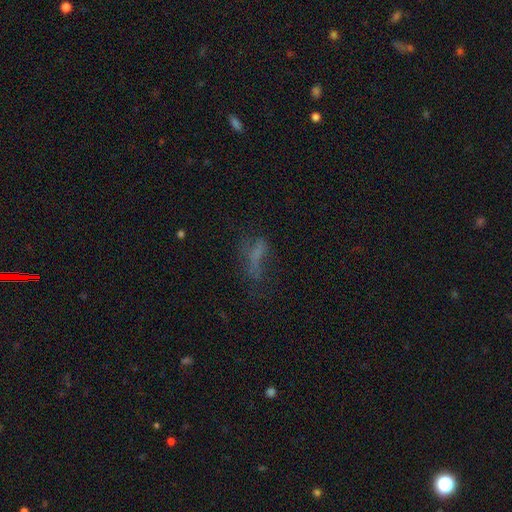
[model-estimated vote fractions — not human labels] The model was most divided on "merging": none: 37%, major disturbance: 36%, minor disturbance: 22%, merger: 5%. Remaining: smooth or featured — smooth (48%).